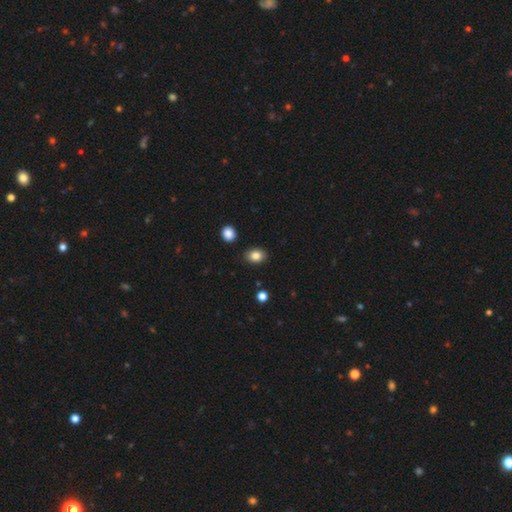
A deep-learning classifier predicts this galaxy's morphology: Q: Smooth or featured?
A: smooth (85%); runner-up: star or artifact (9%)
Q: How rounded?
A: in between (65%); runner-up: round (34%)
Q: Merging?
A: none (87%); runner-up: minor disturbance (9%)